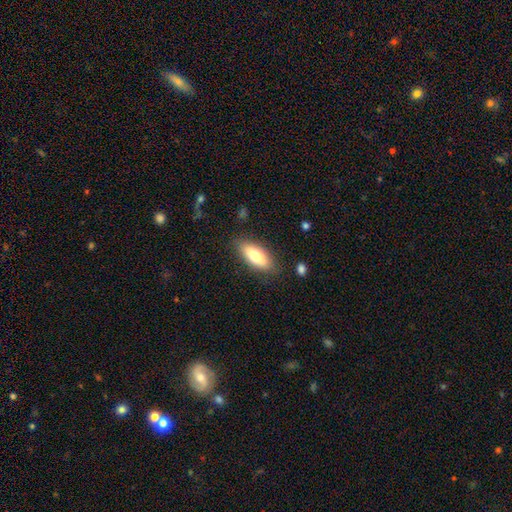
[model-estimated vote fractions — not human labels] Q: Smooth or featured?
A: smooth (73%); runner-up: featured or disk (21%)
Q: How rounded?
A: in between (75%); runner-up: cigar-shaped (23%)
Q: Merging?
A: none (84%); runner-up: minor disturbance (12%)